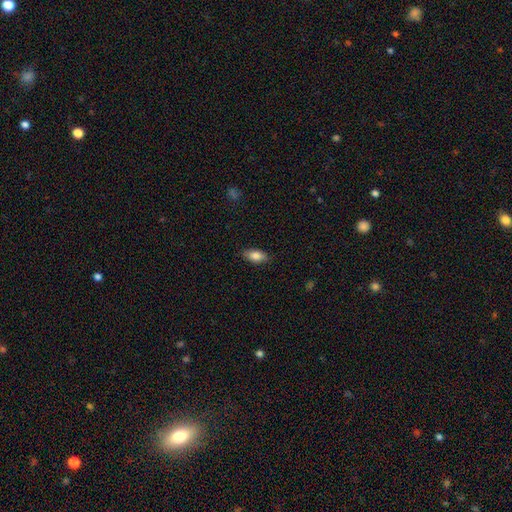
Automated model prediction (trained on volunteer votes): Q: Smooth or featured?
A: smooth (80%); runner-up: featured or disk (12%)
Q: How rounded?
A: in between (86%); runner-up: cigar-shaped (10%)
Q: Merging?
A: none (84%); runner-up: minor disturbance (13%)